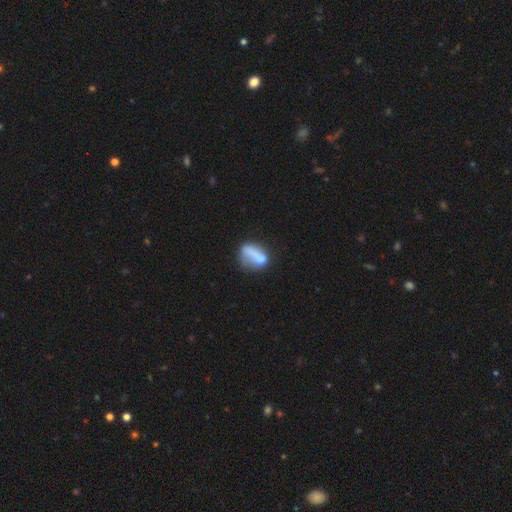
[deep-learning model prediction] Smooth or featured: smooth — 62% (featured or disk — 29%)
How rounded: in between — 63% (round — 23%)
Merging: none — 37% (minor disturbance — 24%)